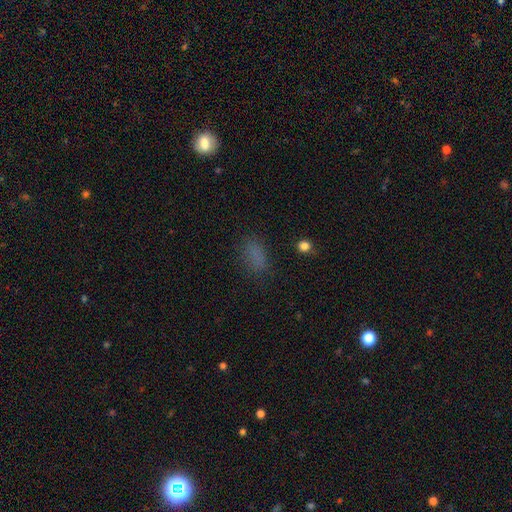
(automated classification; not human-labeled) This appears to be a smooth galaxy with no disk features (76%) that is in between round and cigar-shaped (84%). Merging: none (75%).